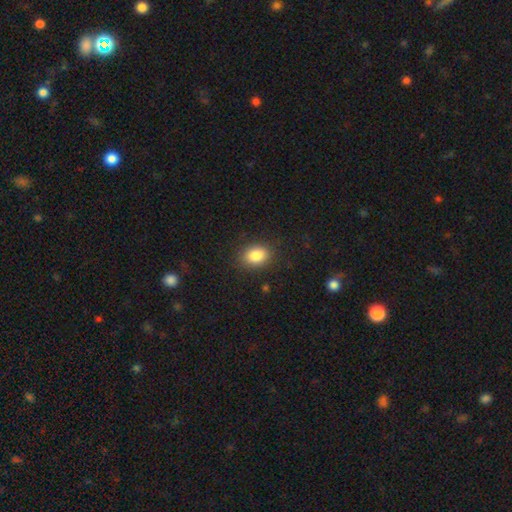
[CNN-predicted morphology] smooth 86%, star or artifact 9%, featured or disk 6%. Down the decision tree: how rounded — in between (69%); merging — none (85%).